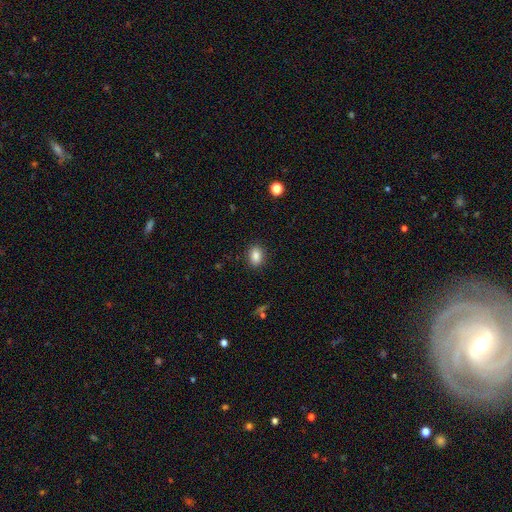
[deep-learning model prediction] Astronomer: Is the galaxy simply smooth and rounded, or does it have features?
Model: smooth — 86%.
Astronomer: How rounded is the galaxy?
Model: in between — 77%.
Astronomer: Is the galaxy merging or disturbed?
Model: none — 88%.